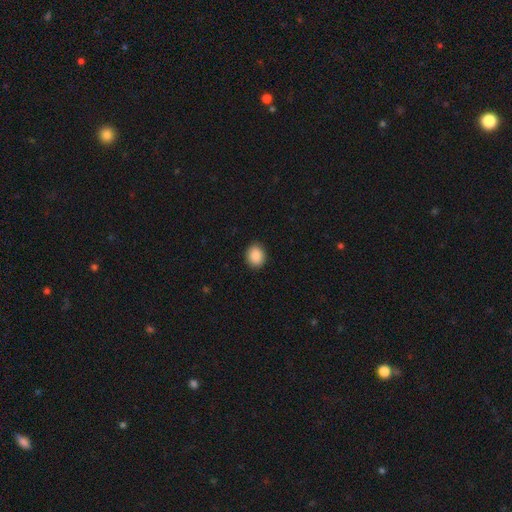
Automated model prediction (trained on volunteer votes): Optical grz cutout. It shows a smooth galaxy with no disk features (90%) that is round (55%). Merging: none (89%).